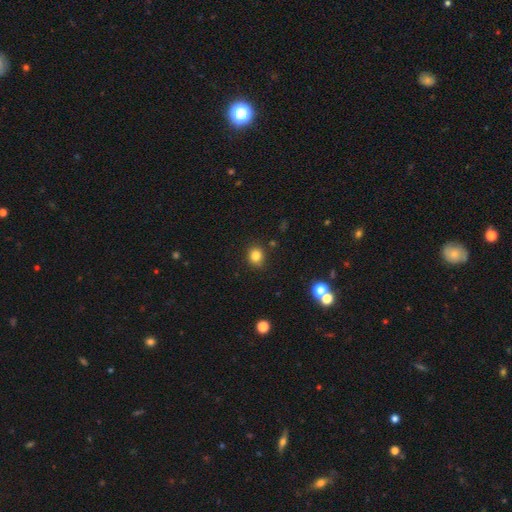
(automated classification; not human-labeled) A smooth galaxy with no disk features (83%) that is round (76%). Merging: none (85%).